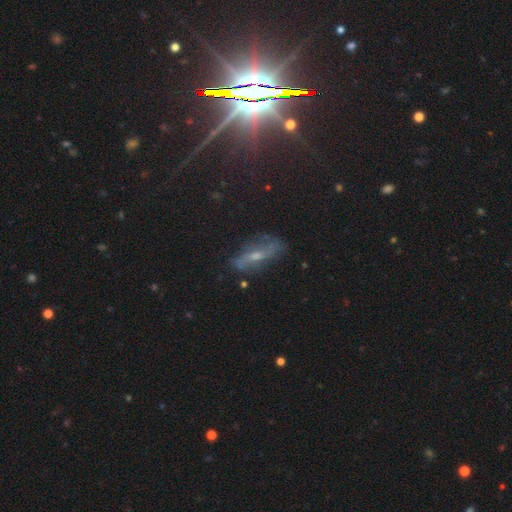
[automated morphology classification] Smooth or featured? Predicted: featured or disk (p=0.63). Edge-on disk? Predicted: no (p=0.69). Merging? Predicted: none (p=0.72).